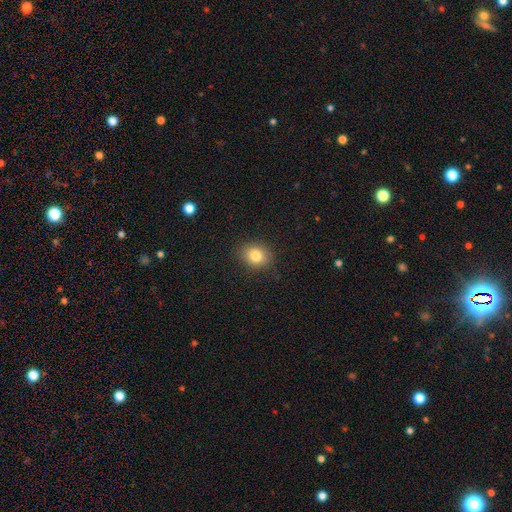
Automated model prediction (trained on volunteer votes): smooth_or_featured: smooth (p=0.81) [alt: star or artifact p=0.11]
how_rounded: round (p=0.58) [alt: in between p=0.41]
merging: none (p=0.86) [alt: minor disturbance p=0.10]